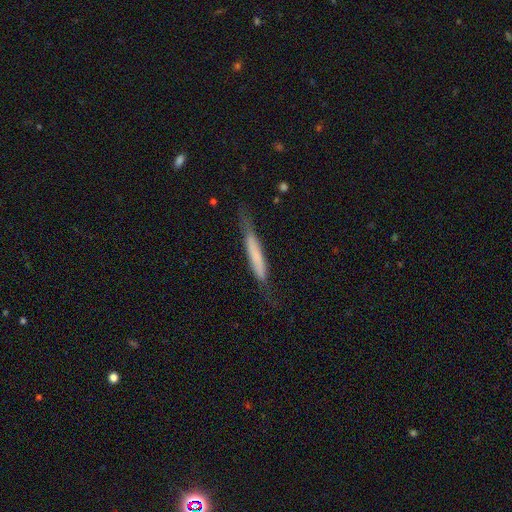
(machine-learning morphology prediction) A smooth galaxy with no disk features (61%) that is cigar-shaped (94%). Merging: none (61%).